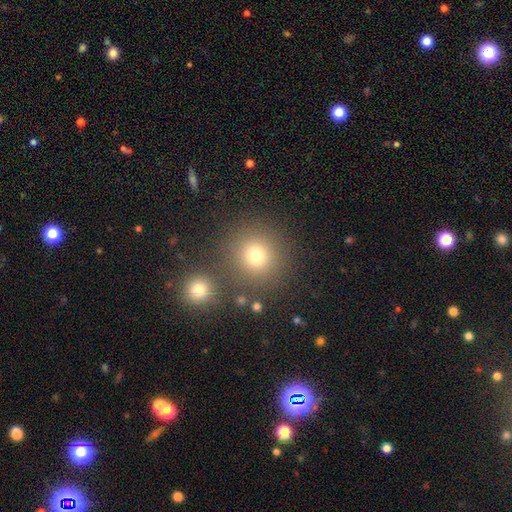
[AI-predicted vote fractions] Morphology: type=smooth (75%); roundness=round (93%); merging=none (80%).